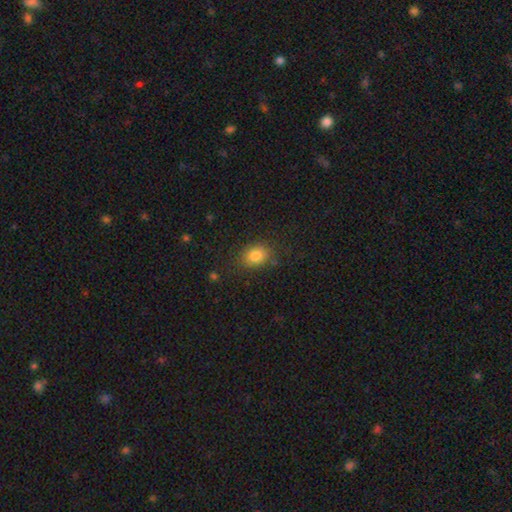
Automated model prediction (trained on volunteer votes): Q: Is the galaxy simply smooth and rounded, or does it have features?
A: smooth — 82%.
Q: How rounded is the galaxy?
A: in between — 60%.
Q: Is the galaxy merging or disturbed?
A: none — 80%.